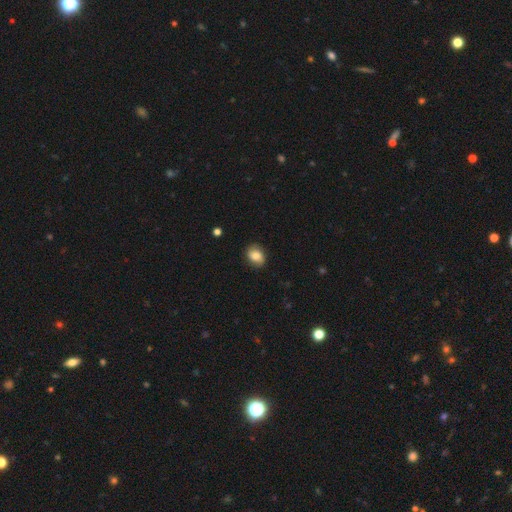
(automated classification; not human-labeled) smooth-or-featured: smooth: 78% | featured or disk: 14% | star or artifact: 8%
  how-rounded: in between: 63% | round: 36% | cigar-shaped: 1%
  merging: none: 81% | minor disturbance: 15% | major disturbance: 3% | merger: 1%